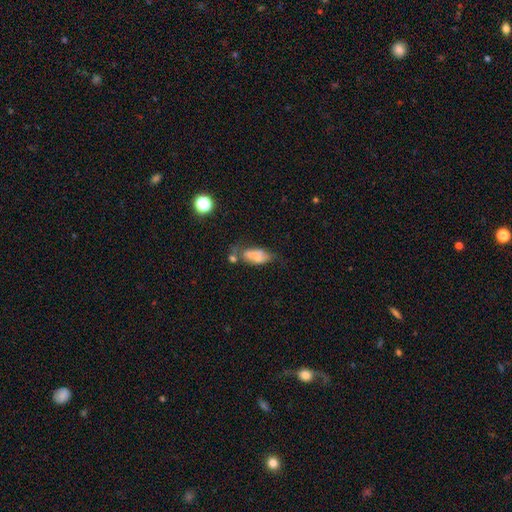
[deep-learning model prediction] smooth_or_featured: smooth (p=0.64) [alt: featured or disk p=0.26]
how_rounded: in between (p=0.82) [alt: cigar-shaped p=0.14]
merging: none (p=0.34) [alt: minor disturbance p=0.29]